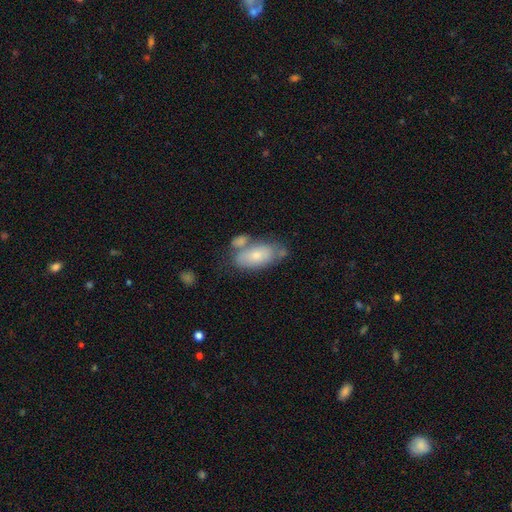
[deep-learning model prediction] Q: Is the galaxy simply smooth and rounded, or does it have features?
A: smooth — 65%.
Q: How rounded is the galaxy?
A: in between — 90%.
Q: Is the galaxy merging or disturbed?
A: none — 44%.